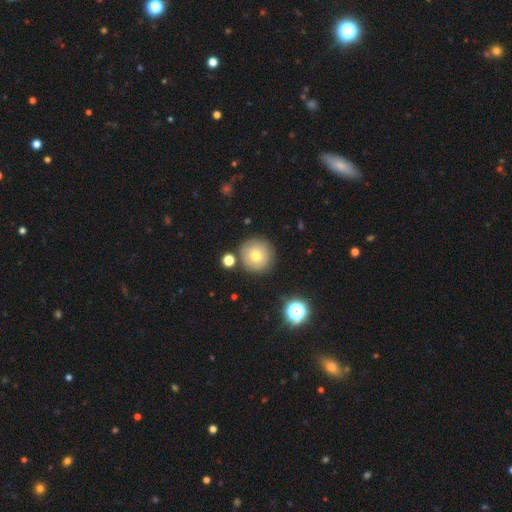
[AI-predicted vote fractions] A smooth galaxy with no disk features (70%) that is round (95%).

Vote fractions:
- Smooth or featured? smooth: 70% / featured or disk: 19% / star or artifact: 11%
- How rounded? round: 95% / in between: 4% / cigar-shaped: 1%
- Merging? none: 83% / minor disturbance: 9% / merger: 5% / major disturbance: 3%